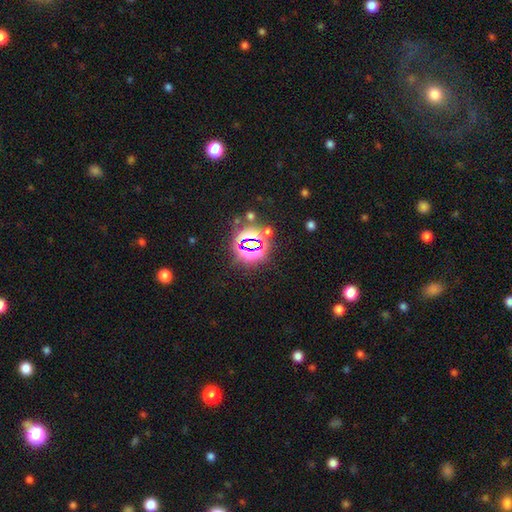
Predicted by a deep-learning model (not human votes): A star or artifact, not a galaxy (81%).

Vote fractions:
- Smooth or featured? star or artifact: 81% / smooth: 12% / featured or disk: 7%